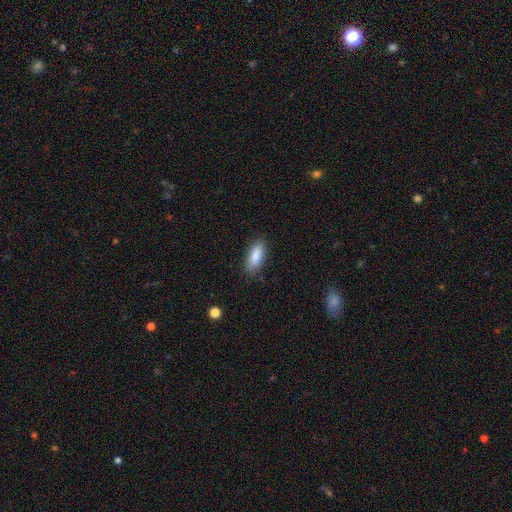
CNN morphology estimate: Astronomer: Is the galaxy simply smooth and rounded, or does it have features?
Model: smooth — 87%.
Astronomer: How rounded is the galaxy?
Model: in between — 74%.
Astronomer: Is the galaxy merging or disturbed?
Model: none — 84%.